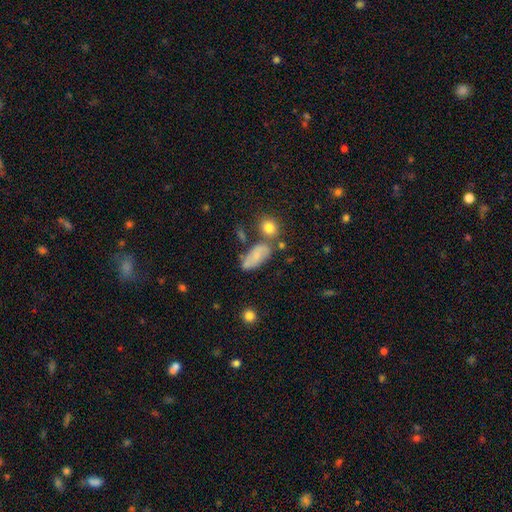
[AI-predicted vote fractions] The model was most divided on "merging": none: 56%, minor disturbance: 23%, merger: 13%, major disturbance: 8%. More confident: how rounded — in between (84%); smooth or featured — smooth (65%).